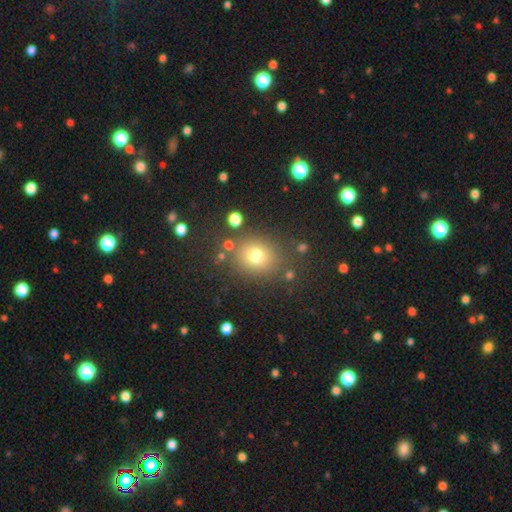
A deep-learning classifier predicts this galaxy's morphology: A smooth galaxy with no disk features (74%) that is round (71%).

Vote fractions:
- Smooth or featured? smooth: 74% / star or artifact: 17% / featured or disk: 10%
- How rounded? round: 71% / in between: 27% / cigar-shaped: 1%
- Merging? none: 80% / minor disturbance: 10% / major disturbance: 5% / merger: 5%